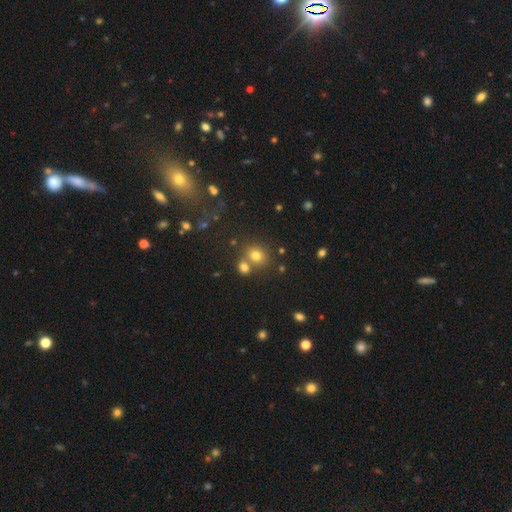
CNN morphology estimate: Smooth or featured? Predicted: smooth (p=0.74). How rounded? Predicted: round (p=0.71). Merging? Predicted: none (p=0.59).